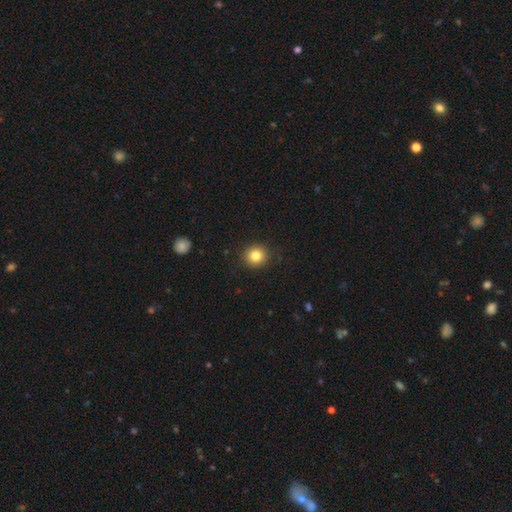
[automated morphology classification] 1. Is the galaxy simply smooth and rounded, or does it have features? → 83% smooth, 11% star or artifact, 6% featured or disk.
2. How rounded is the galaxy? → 89% round, 10% in between, 1% cigar-shaped.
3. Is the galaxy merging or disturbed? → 90% none, 7% minor disturbance, 2% major disturbance, 1% merger.